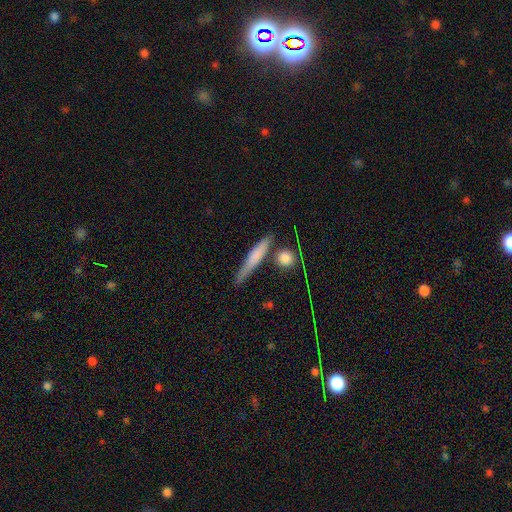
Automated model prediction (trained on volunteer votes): Q: Smooth or featured?
A: smooth (63%); runner-up: featured or disk (29%)
Q: How rounded?
A: cigar-shaped (87%); runner-up: in between (9%)
Q: Merging?
A: none (72%); runner-up: minor disturbance (15%)